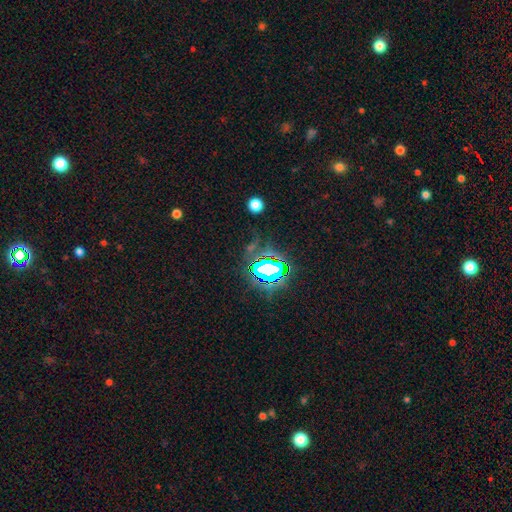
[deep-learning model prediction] This appears to be a star or artifact, not a galaxy (82%).